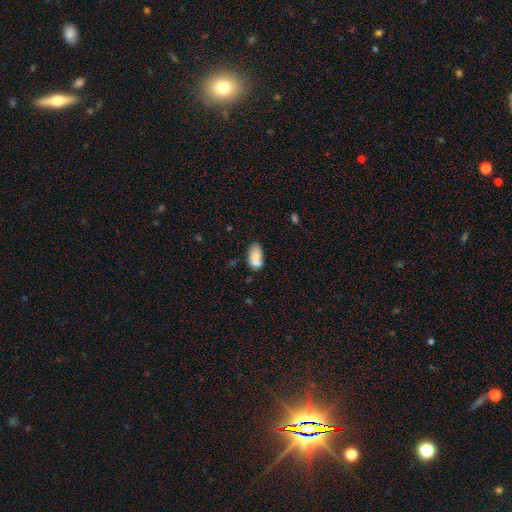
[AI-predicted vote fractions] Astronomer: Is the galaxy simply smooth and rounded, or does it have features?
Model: smooth — 72%.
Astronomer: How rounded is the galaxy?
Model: in between — 91%.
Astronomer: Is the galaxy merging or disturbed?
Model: none — 46% (runner-up: merger, 27%).